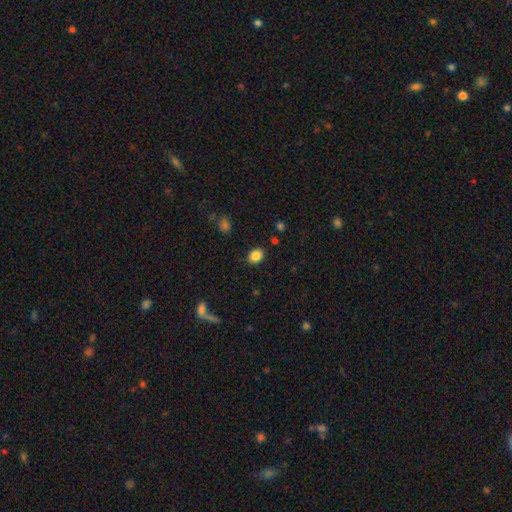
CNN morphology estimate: Smooth or featured? Predicted: smooth (p=0.85). How rounded? Predicted: in between (p=0.61). Merging? Predicted: none (p=0.86).